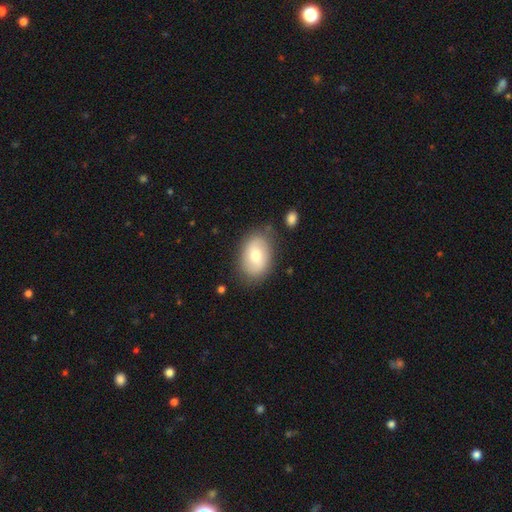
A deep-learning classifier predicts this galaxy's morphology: This appears to be a smooth galaxy with no disk features (67%) that is in between round and cigar-shaped (83%). Merging: none (76%).